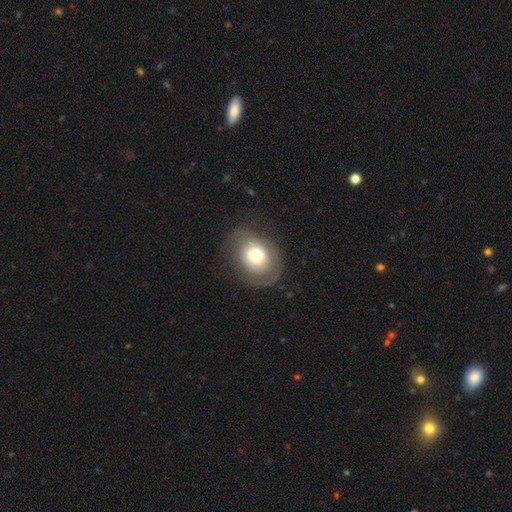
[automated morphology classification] A smooth galaxy with no disk features (58%) that is round (50%). Merging: none (66%).